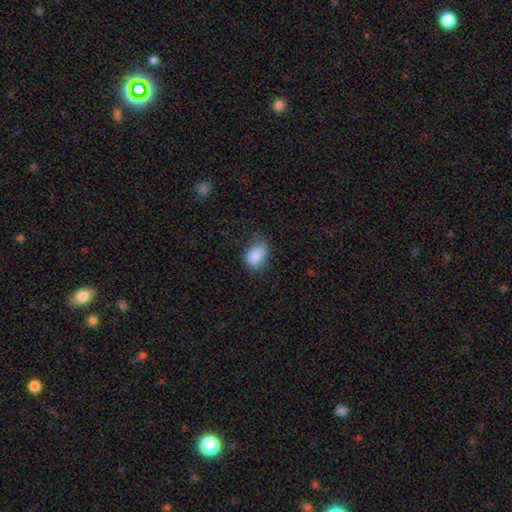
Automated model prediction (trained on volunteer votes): Smooth or featured? Predicted: smooth (p=0.85). How rounded? Predicted: in between (p=0.83). Merging? Predicted: none (p=0.48).